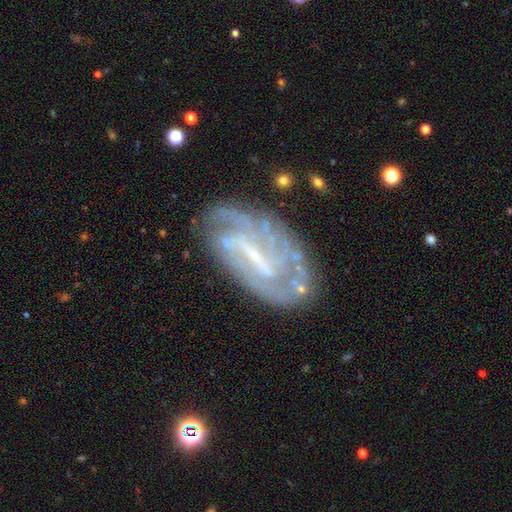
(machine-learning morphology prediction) Overall: featured or disk (81%). Edge-on disk: no (94%). Bar: strong (45%; weak 39%). Spiral arms: yes (82%). Spiral arm count: can't tell (46%; 2 25%). Spiral winding: tight (53%; medium 33%). Bulge size: small (52%; none 27%). Merging: none (68%).